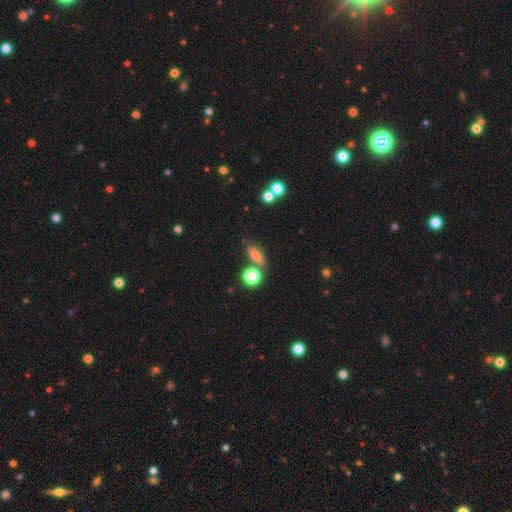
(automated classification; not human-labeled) smooth-or-featured: smooth: 70% | featured or disk: 16% | star or artifact: 14%
  how-rounded: in between: 57% | cigar-shaped: 29% | round: 15%
  merging: none: 65% | merger: 16% | minor disturbance: 14% | major disturbance: 5%